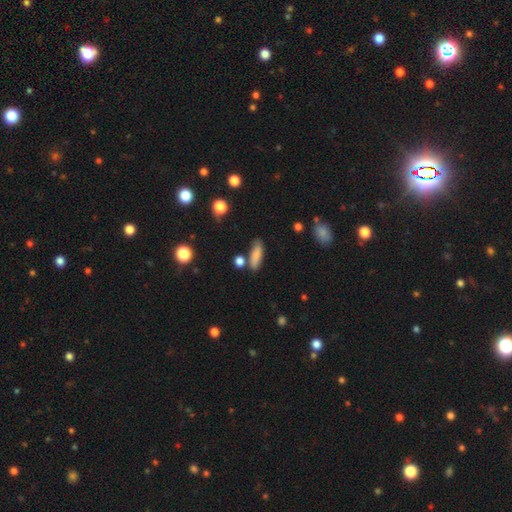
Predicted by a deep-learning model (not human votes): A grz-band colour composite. It shows a smooth galaxy with no disk features (82%) that is cigar-shaped (50%). Merging: none (74%).